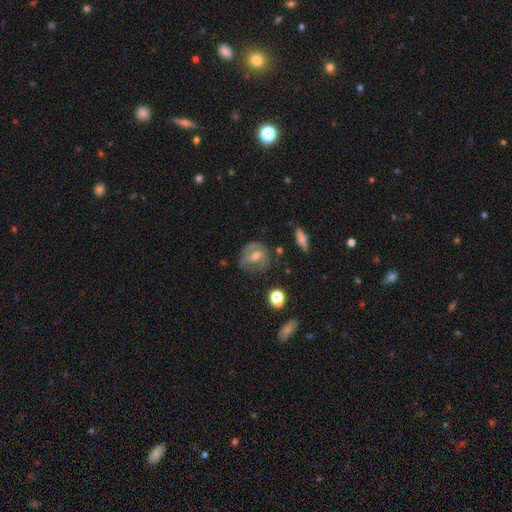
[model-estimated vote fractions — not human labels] smooth-or-featured: featured or disk: 60% | smooth: 32% | star or artifact: 9%
  disk-edge-on: no: 94% | yes: 6%
    bar: weak: 42% | no: 37% | strong: 21%
    has-spiral-arms: yes: 67% | no: 33%
    bulge-size: moderate: 67% | small: 25% | large: 5% | none: 2% | dominant: 1%
  merging: none: 68% | minor disturbance: 21% | major disturbance: 9% | merger: 3%